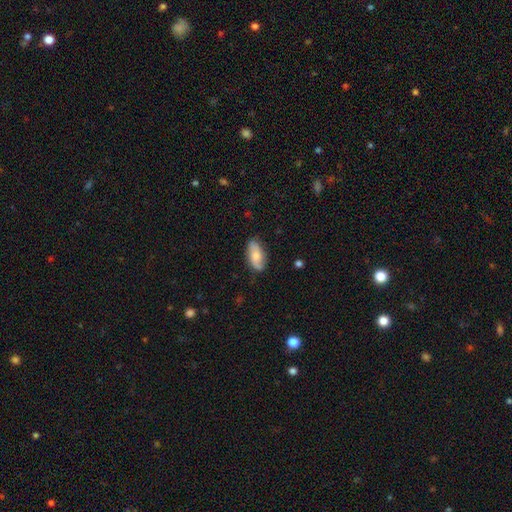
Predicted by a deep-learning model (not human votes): smooth_or_featured: smooth (p=0.58) [alt: featured or disk p=0.35]
how_rounded: in between (p=0.88) [alt: cigar-shaped p=0.08]
merging: none (p=0.78) [alt: minor disturbance p=0.17]